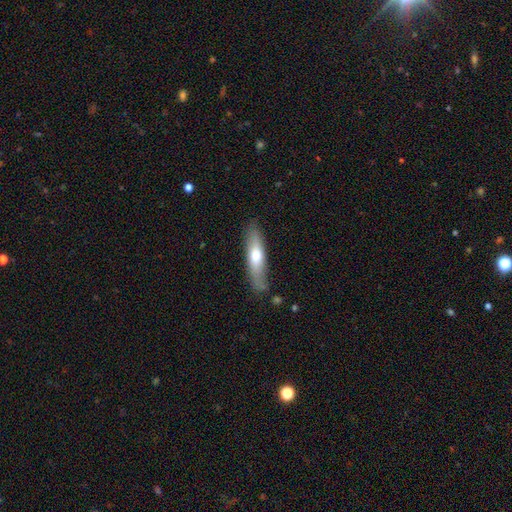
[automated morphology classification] A smooth galaxy with no disk features (60%) that is cigar-shaped (71%). Merging: none (80%).